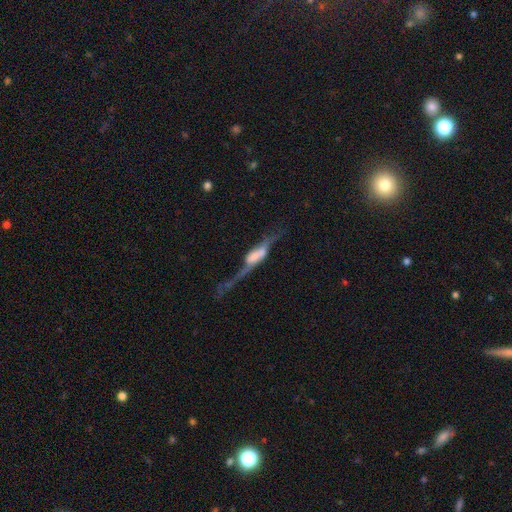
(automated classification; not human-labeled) This is likely a featured or disk galaxy (69%). It is likely viewed edge-on (65%). Merging: marginally major disturbance (41%).